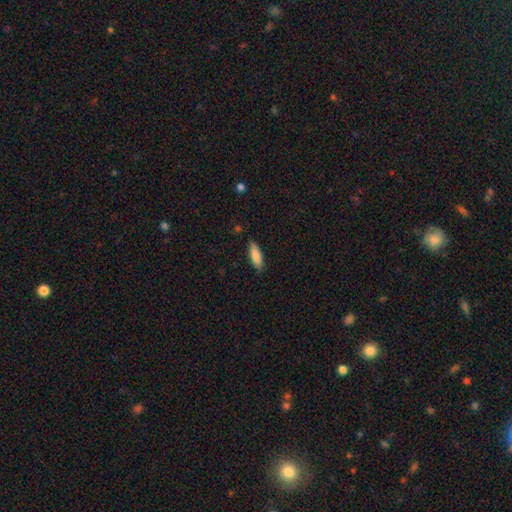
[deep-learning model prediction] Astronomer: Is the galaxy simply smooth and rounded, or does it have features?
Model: smooth — 84%.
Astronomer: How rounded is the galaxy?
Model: cigar-shaped — 50% (runner-up: in between, 49%).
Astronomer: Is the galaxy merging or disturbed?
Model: none — 85%.